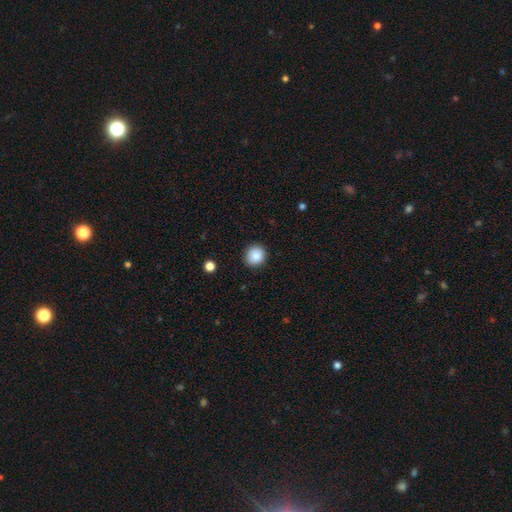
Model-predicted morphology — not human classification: Smooth or featured: smooth — 87% (star or artifact — 8%)
How rounded: round — 88% (in between — 11%)
Merging: none — 90% (minor disturbance — 7%)